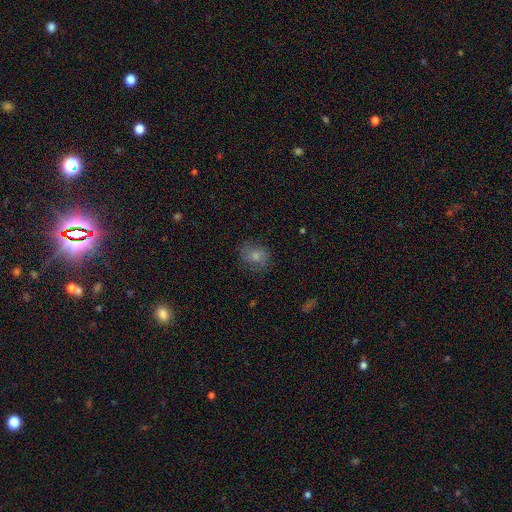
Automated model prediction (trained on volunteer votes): smooth 70%, featured or disk 19%, star or artifact 11%. Down the decision tree: how rounded — round (62%); merging — none (73%).